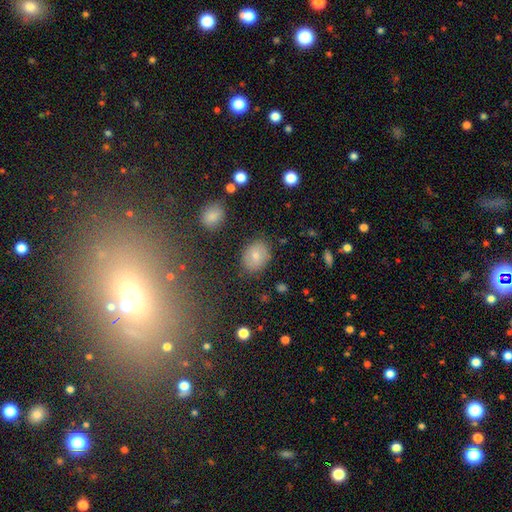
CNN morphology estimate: Smooth or featured: smooth — 76% (featured or disk — 15%)
How rounded: in between — 56% (round — 43%)
Merging: none — 83% (minor disturbance — 11%)